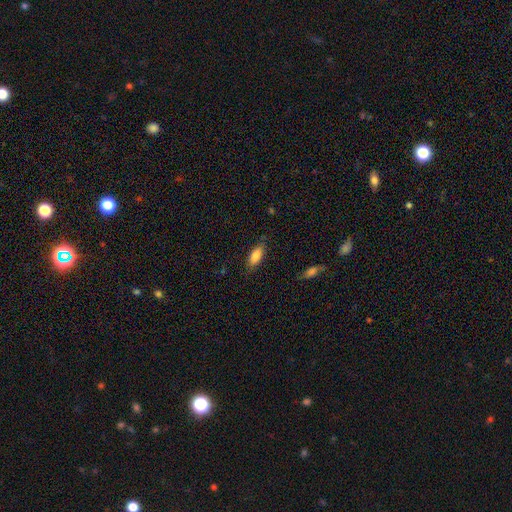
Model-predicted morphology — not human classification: A smooth galaxy with no disk features (84%) that is in between round and cigar-shaped (79%).

Vote fractions:
- Smooth or featured? smooth: 84% / featured or disk: 9% / star or artifact: 7%
- How rounded? in between: 79% / cigar-shaped: 19% / round: 2%
- Merging? none: 79% / minor disturbance: 15% / major disturbance: 4% / merger: 1%